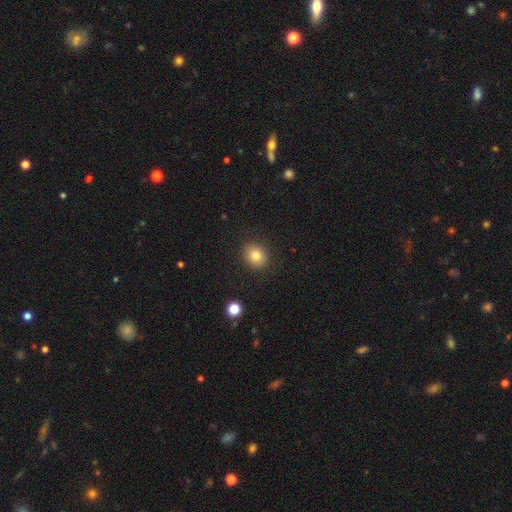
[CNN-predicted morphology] smooth_or_featured: smooth (p=0.81) [alt: star or artifact p=0.11]
how_rounded: round (p=0.71) [alt: in between p=0.28]
merging: none (p=0.90) [alt: minor disturbance p=0.07]